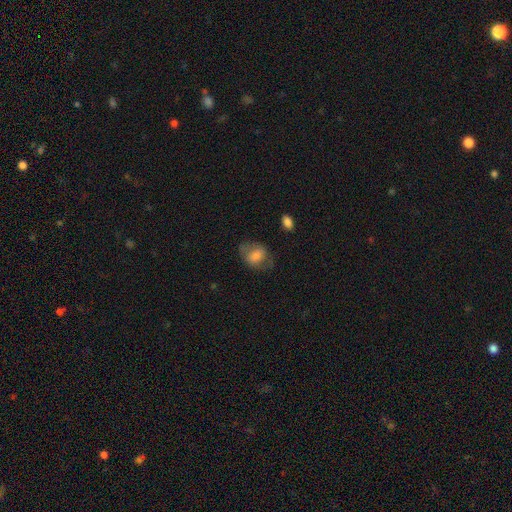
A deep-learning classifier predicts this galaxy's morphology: A smooth galaxy with no disk features (68%) that is in between round and cigar-shaped (64%).

Vote fractions:
- Smooth or featured? smooth: 68% / featured or disk: 24% / star or artifact: 8%
- How rounded? in between: 64% / round: 35% / cigar-shaped: 1%
- Merging? none: 57% / minor disturbance: 24% / major disturbance: 17% / merger: 2%